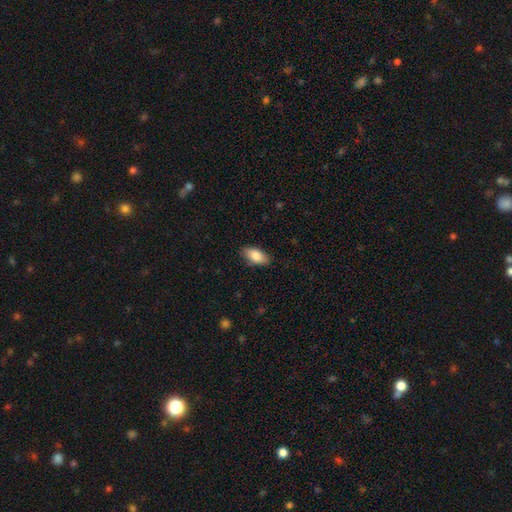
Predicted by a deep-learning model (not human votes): A smooth galaxy with no disk features (84%) that is in between round and cigar-shaped (90%). Merging: none (86%).